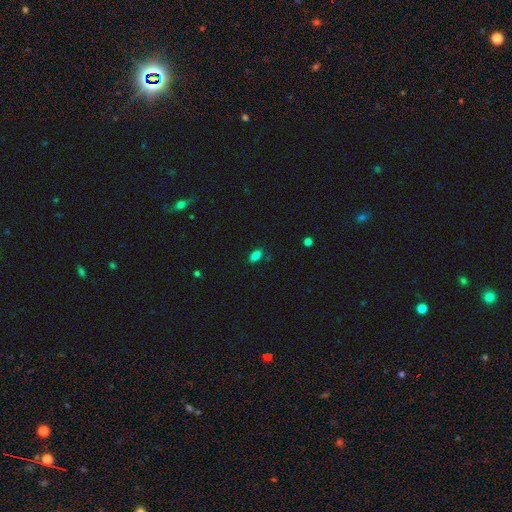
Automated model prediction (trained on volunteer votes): Q: Smooth or featured?
A: smooth (83%); runner-up: star or artifact (13%)
Q: How rounded?
A: in between (89%); runner-up: round (9%)
Q: Merging?
A: none (85%); runner-up: minor disturbance (11%)